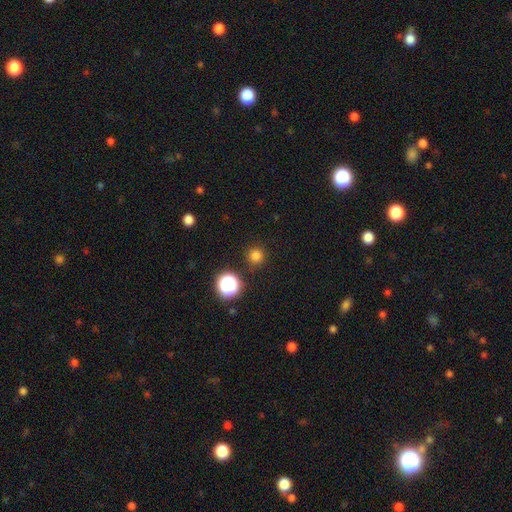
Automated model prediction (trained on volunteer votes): A smooth galaxy with no disk features (78%) that is round (96%). Merging: none (90%).